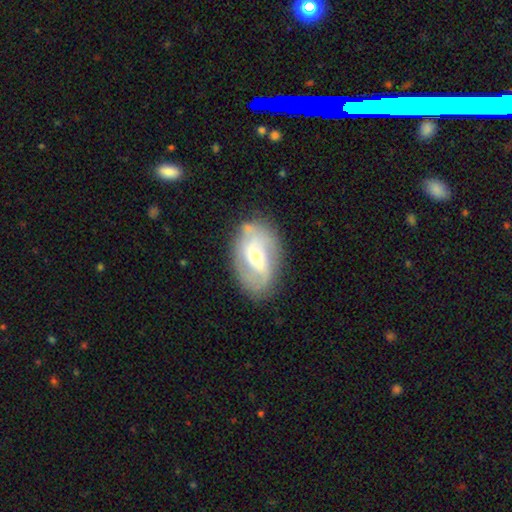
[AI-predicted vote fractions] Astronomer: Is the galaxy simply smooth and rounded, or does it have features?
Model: featured or disk — 70%.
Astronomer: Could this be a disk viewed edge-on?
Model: no — 95%.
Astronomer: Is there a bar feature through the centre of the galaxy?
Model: weak — 42% (runner-up: no, 36%).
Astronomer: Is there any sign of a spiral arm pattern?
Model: yes — 80%.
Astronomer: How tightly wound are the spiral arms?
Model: medium — 41% (runner-up: loose, 35%).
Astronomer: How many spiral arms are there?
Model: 2 — 72%.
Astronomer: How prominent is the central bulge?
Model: small — 49% (runner-up: moderate, 44%).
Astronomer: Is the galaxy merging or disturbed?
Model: none — 73%.